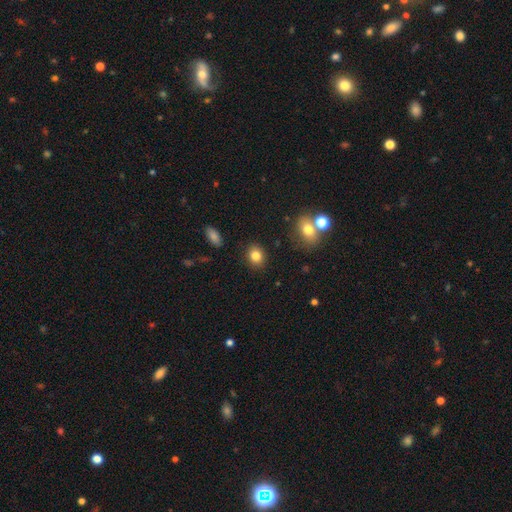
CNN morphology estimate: Overall: smooth (83%). How rounded: round (62%; in between 37%). Merging: none (87%).